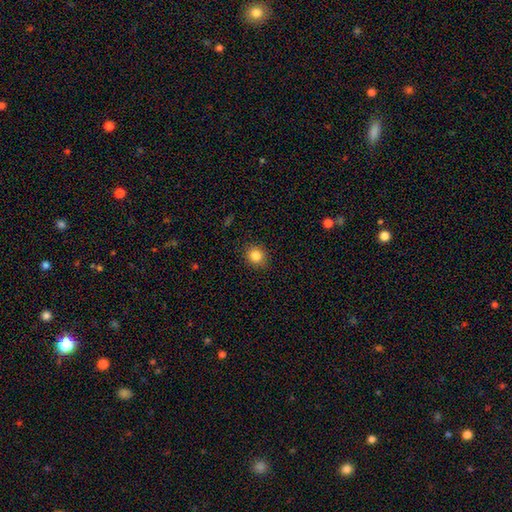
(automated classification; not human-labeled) Smooth or featured: smooth — 84% (star or artifact — 11%)
How rounded: round — 77% (in between — 22%)
Merging: none — 90% (minor disturbance — 7%)